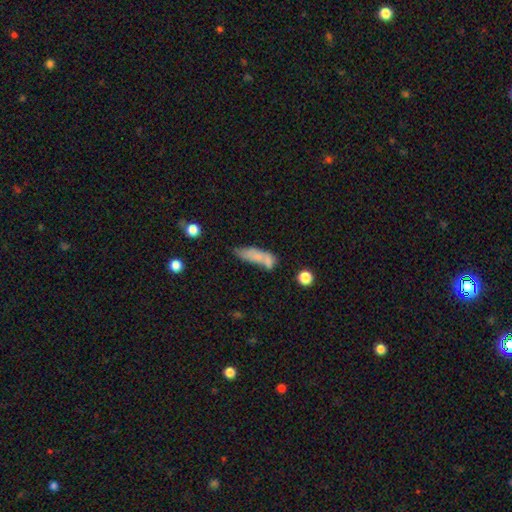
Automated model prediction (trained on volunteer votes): The model was most divided on "merging": none: 35%, merger: 30%, minor disturbance: 21%, major disturbance: 14%. More confident: smooth or featured — smooth (68%); how rounded — in between (54%).